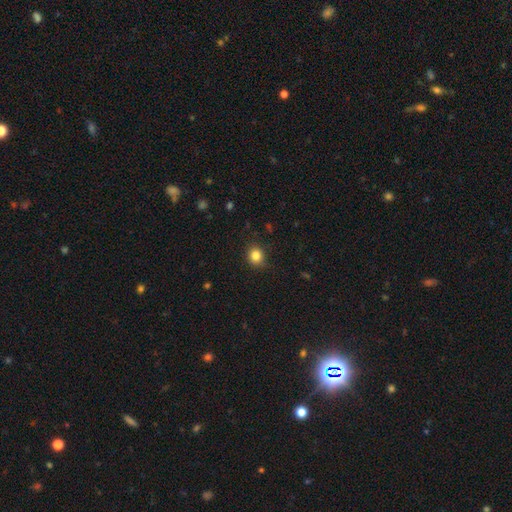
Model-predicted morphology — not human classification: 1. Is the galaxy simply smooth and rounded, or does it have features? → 84% smooth, 12% star or artifact, 5% featured or disk.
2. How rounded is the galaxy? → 84% round, 16% in between, 1% cigar-shaped.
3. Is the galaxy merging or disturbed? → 88% none, 8% minor disturbance, 2% major disturbance, 1% merger.